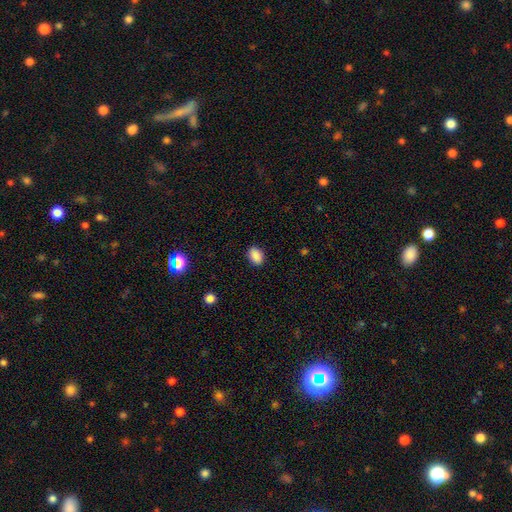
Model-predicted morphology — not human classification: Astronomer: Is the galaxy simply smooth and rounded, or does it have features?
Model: smooth — 89%.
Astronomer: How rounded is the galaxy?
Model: in between — 82%.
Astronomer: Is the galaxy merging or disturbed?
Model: none — 88%.